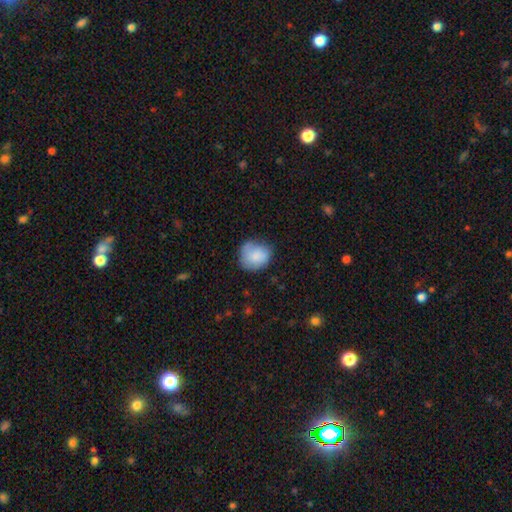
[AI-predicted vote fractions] smooth 82%, featured or disk 11%, star or artifact 7%. Down the decision tree: how rounded — round (75%); merging — none (62%).